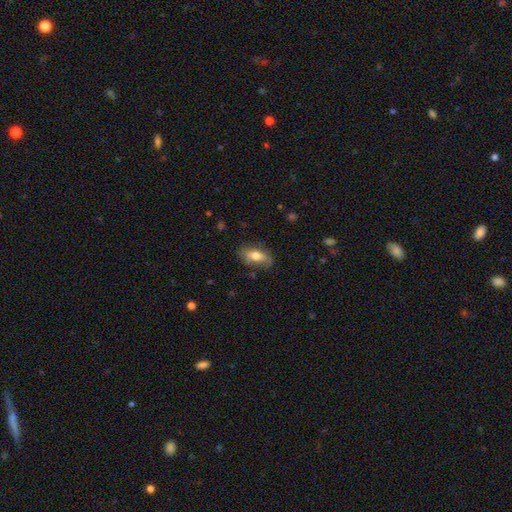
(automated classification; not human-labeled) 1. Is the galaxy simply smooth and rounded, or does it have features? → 68% smooth, 24% featured or disk, 7% star or artifact.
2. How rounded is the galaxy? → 83% in between, 12% cigar-shaped, 5% round.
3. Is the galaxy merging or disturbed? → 74% none, 19% minor disturbance, 5% major disturbance, 2% merger.